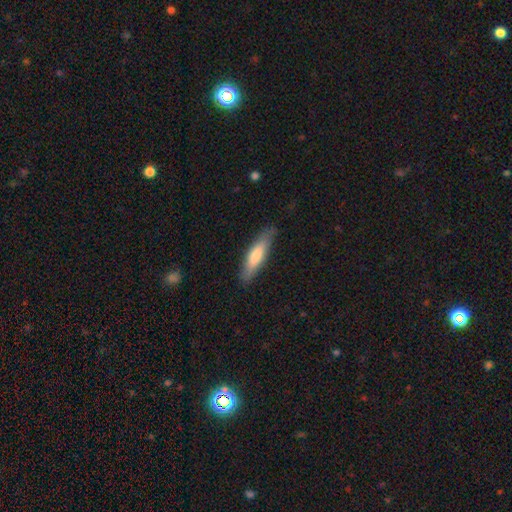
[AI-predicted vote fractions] Overall: smooth (69%). How rounded: cigar-shaped (77%). Merging: none (83%).